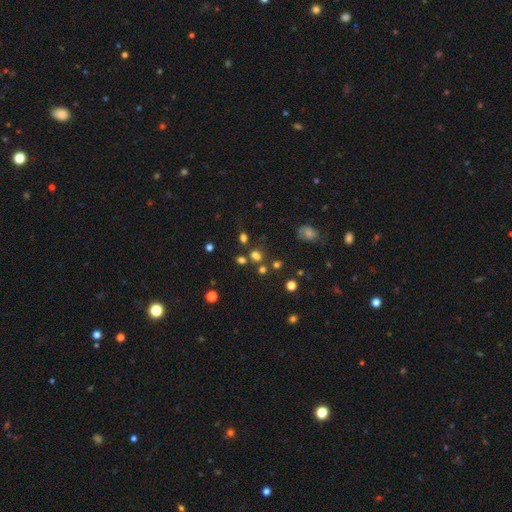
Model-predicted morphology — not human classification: This is possibly a smooth galaxy (58%). How rounded: likely round (63%). Merging: likely none (64%).